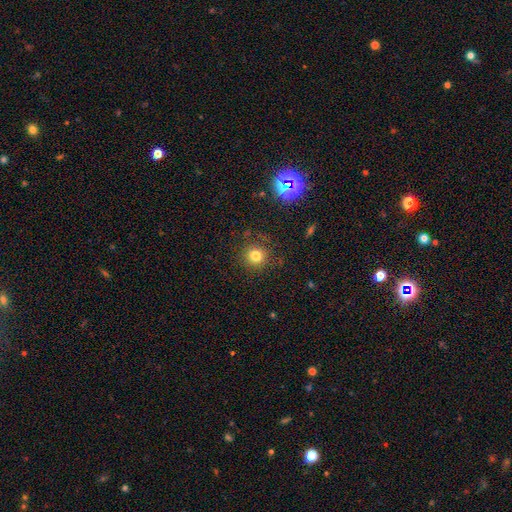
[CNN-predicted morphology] This is likely a smooth galaxy (78%). How rounded: clearly round (93%). Merging: clearly none (86%).